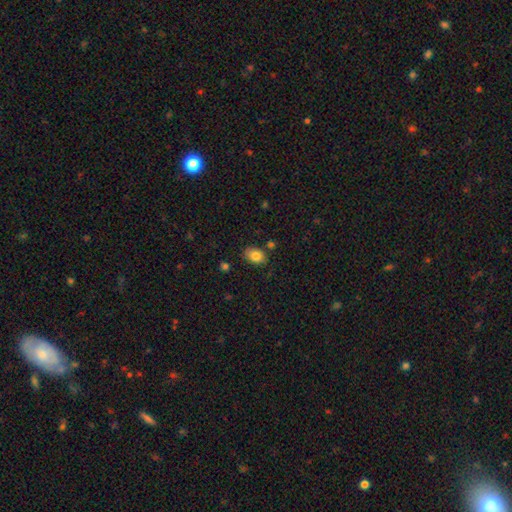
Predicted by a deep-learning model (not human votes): smooth_or_featured: smooth (p=0.83) [alt: star or artifact p=0.09]
how_rounded: in between (p=0.78) [alt: round p=0.21]
merging: none (p=0.78) [alt: minor disturbance p=0.15]